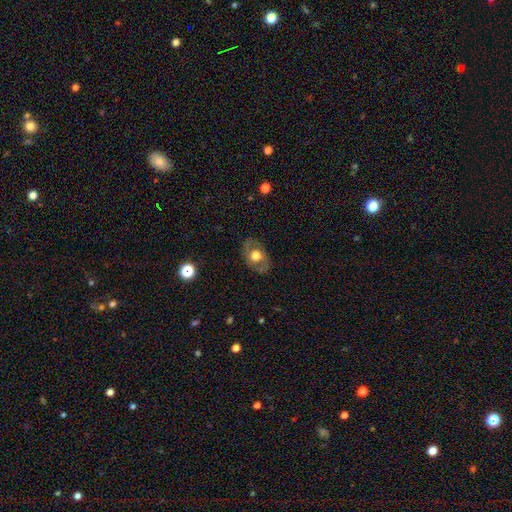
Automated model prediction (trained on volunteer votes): Q: Smooth or featured?
A: featured or disk (46%); tied with: smooth (46%)
Q: Merging?
A: none (78%); runner-up: minor disturbance (15%)